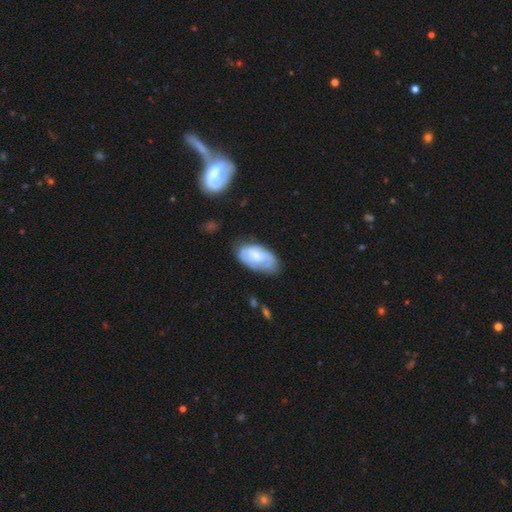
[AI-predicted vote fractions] Overall: featured or disk (47%; smooth 46%). Merging: none (59%; minor disturbance 29%).